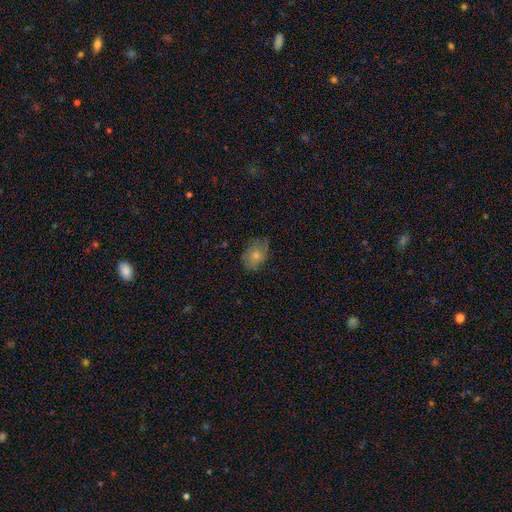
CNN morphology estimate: type=smooth (71%); roundness=in between (70%); merging=none (70%).